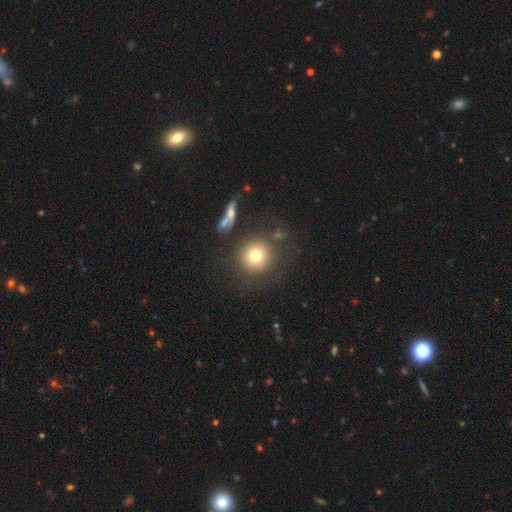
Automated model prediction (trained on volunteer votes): The model was most divided on "smooth or featured": smooth: 76%, featured or disk: 13%, star or artifact: 12%. More confident: how rounded — round (93%); merging — none (80%).